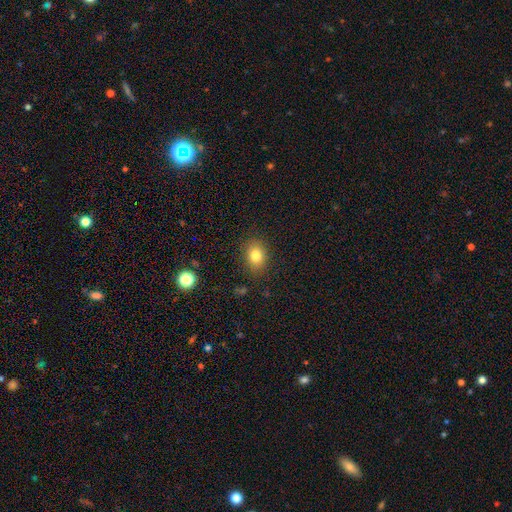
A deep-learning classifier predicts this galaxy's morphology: Q: Smooth or featured?
A: smooth (81%); runner-up: star or artifact (11%)
Q: How rounded?
A: in between (60%); runner-up: round (39%)
Q: Merging?
A: none (85%); runner-up: minor disturbance (10%)